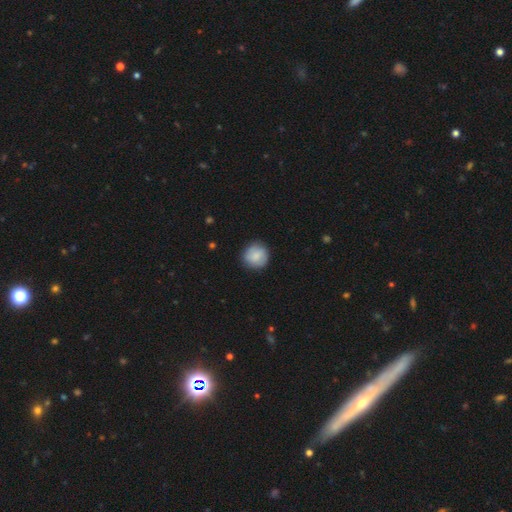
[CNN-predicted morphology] The model was most divided on "smooth or featured": smooth: 82%, featured or disk: 11%, star or artifact: 7%. More confident: how rounded — round (92%); merging — none (87%).